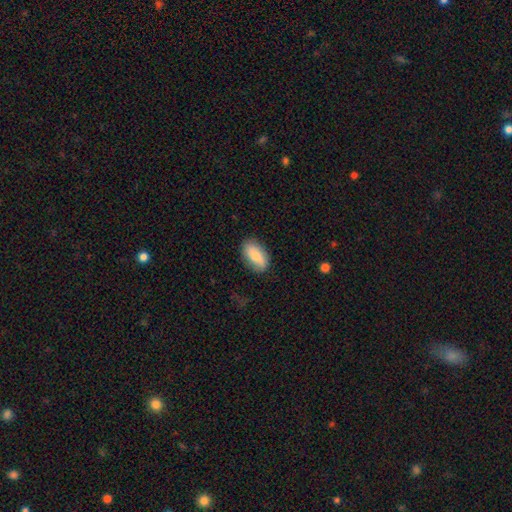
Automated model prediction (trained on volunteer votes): smooth 76%, featured or disk 17%, star or artifact 6%. Down the decision tree: how rounded — in between (91%); merging — none (81%).